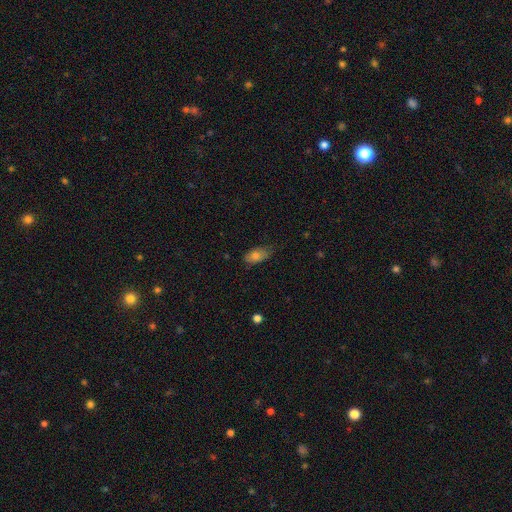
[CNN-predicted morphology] The model was most divided on "merging": none: 65%, minor disturbance: 29%, major disturbance: 5%, merger: 1%. More confident: how rounded — in between (90%); smooth or featured — smooth (77%).